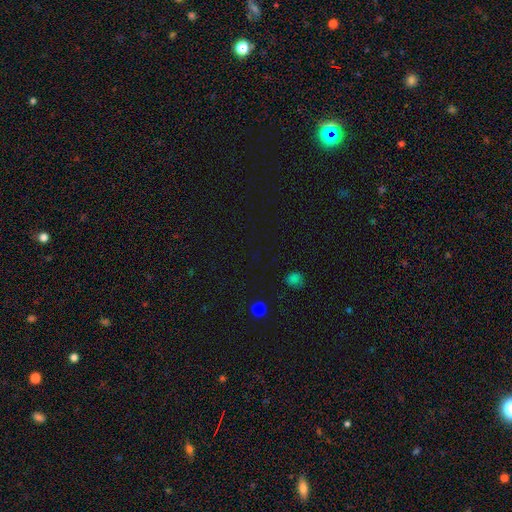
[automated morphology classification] smooth-or-featured: star or artifact: 60% | smooth: 32% | featured or disk: 7%